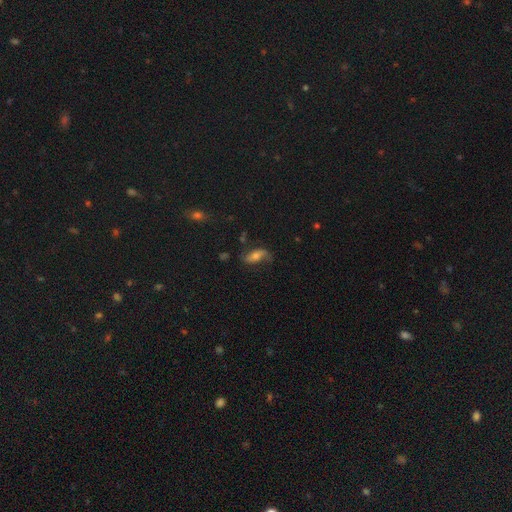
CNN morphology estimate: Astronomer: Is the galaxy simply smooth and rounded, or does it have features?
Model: featured or disk — 51% (runner-up: smooth, 39%).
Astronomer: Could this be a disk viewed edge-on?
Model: no — 88%.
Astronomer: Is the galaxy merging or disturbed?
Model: none — 63%.